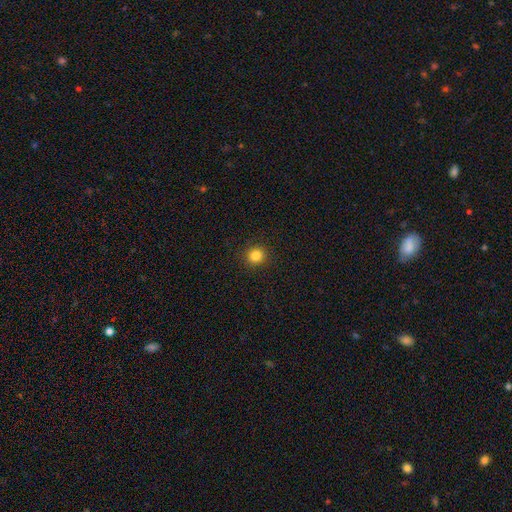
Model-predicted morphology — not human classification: Smooth or featured? smooth (83%)
How rounded? round (92%)
Merging? none (92%)